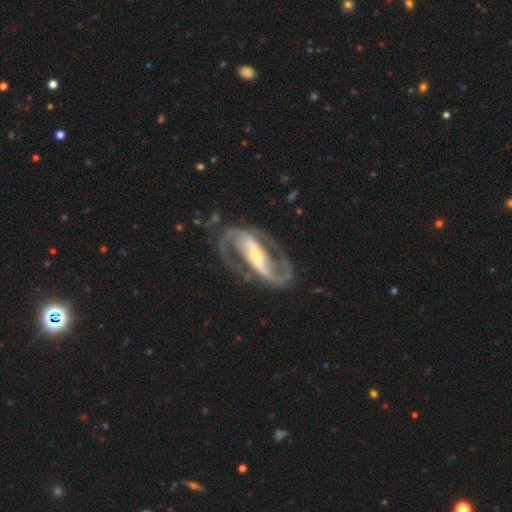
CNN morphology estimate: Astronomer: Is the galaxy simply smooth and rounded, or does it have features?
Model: featured or disk — 92%.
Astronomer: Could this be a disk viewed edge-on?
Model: no — 96%.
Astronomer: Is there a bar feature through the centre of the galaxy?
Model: strong — 67%.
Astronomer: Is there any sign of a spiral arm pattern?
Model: yes — 97%.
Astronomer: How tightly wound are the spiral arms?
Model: medium — 55%.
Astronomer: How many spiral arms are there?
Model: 2 — 93%.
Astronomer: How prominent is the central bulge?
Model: small — 60%.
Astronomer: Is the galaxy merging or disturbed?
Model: none — 78%.